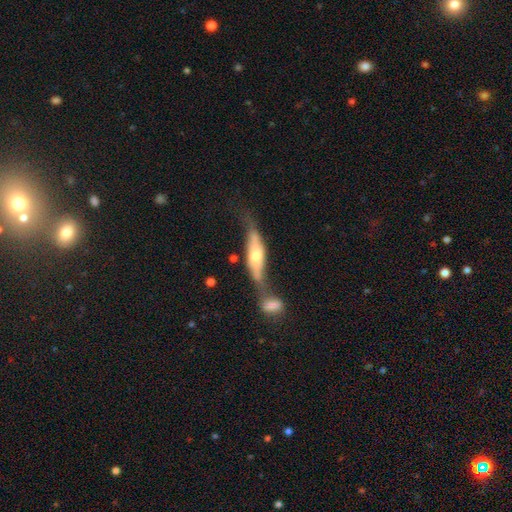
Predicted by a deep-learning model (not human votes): Smooth or featured? Predicted: featured or disk (p=0.54). Edge-on disk? Predicted: yes (p=0.66). Merging? Predicted: merger (p=0.46).